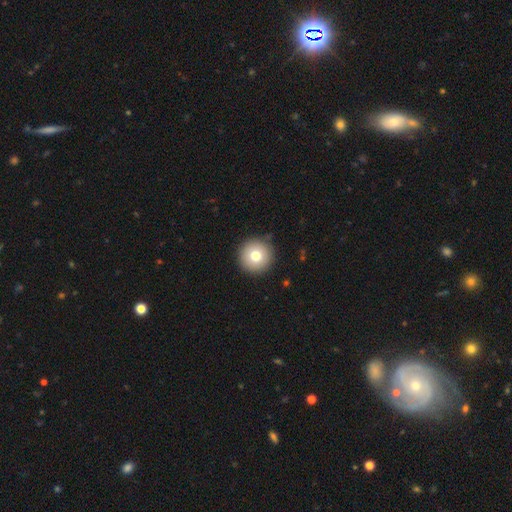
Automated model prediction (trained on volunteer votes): Smooth or featured? Predicted: smooth (p=0.76). How rounded? Predicted: round (p=0.96). Merging? Predicted: none (p=0.91).